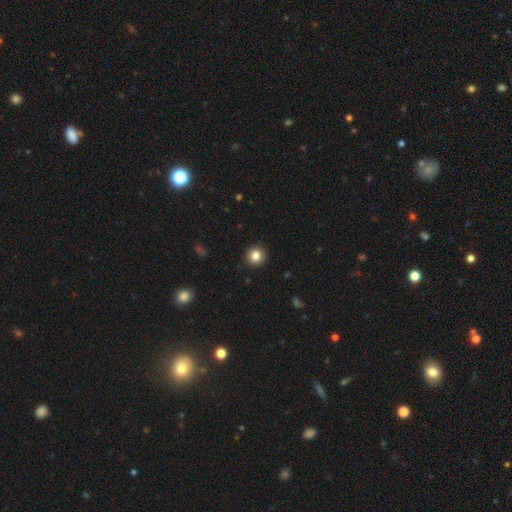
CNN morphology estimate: smooth 83%, star or artifact 10%, featured or disk 6%. Down the decision tree: how rounded — round (94%); merging — none (93%).